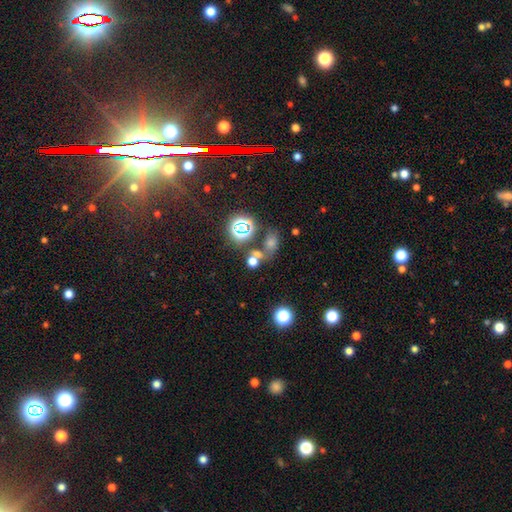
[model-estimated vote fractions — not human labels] Overall: star or artifact (59%; smooth 28%).